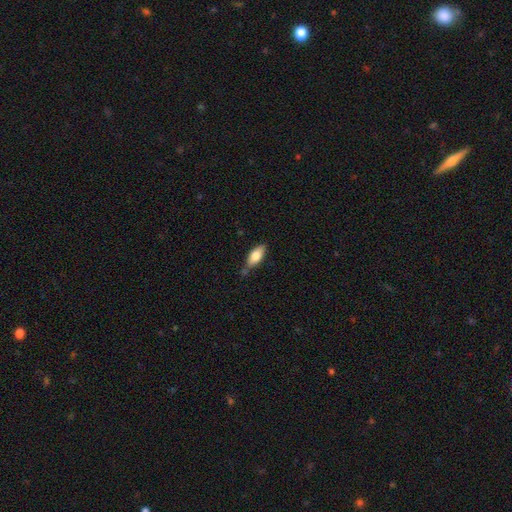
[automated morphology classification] A smooth galaxy with no disk features (75%) that is in between round and cigar-shaped (79%). Merging: none (62%).